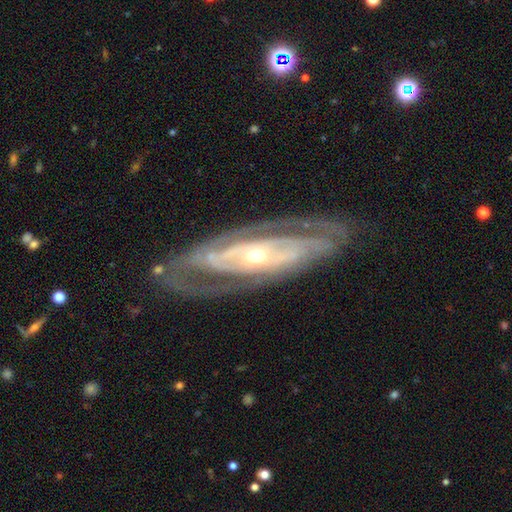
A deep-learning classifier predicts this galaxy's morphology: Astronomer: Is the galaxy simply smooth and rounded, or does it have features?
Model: featured or disk — 88%.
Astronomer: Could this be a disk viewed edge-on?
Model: no — 85%.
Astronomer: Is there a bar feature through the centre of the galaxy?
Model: no — 59%.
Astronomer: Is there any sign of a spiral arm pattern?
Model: yes — 90%.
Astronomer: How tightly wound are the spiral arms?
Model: tight — 59%.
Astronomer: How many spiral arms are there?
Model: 2 — 54%.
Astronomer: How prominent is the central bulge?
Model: moderate — 55% (runner-up: small, 39%).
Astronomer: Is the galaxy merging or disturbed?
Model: none — 77%.